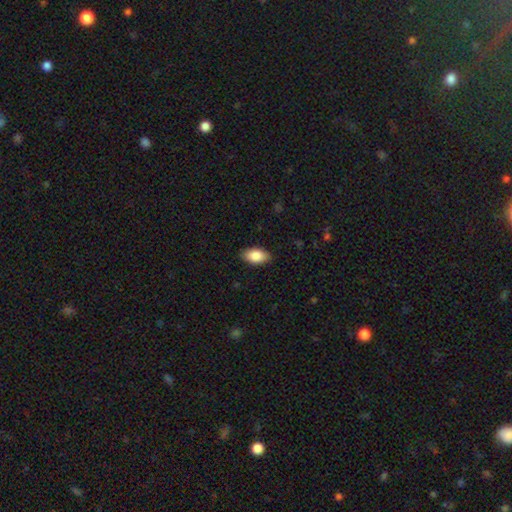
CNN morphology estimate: Q: Smooth or featured?
A: smooth (86%); runner-up: featured or disk (7%)
Q: How rounded?
A: in between (94%); runner-up: round (4%)
Q: Merging?
A: none (88%); runner-up: minor disturbance (10%)